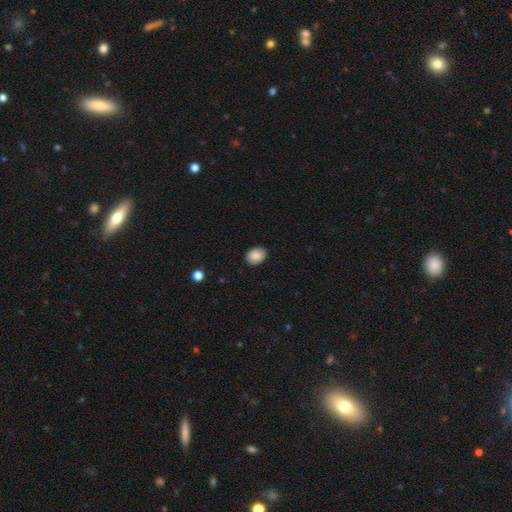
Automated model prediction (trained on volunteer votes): Smooth or featured: smooth — 88% (star or artifact — 7%)
How rounded: in between — 65% (round — 34%)
Merging: none — 87% (minor disturbance — 10%)